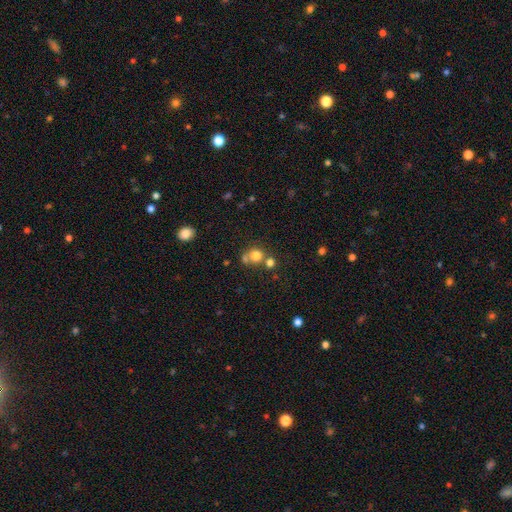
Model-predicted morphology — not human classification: This appears to be a smooth galaxy with no disk features (77%) that is round (84%). Merging: none (49%).